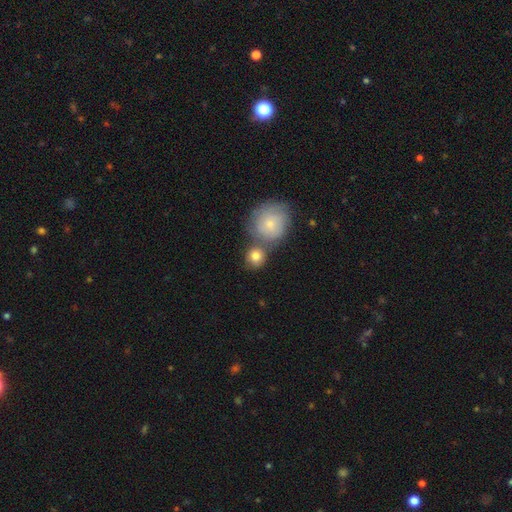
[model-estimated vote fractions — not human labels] Smooth or featured: smooth — 79% (featured or disk — 13%)
How rounded: round — 86% (in between — 13%)
Merging: none — 53% (merger — 32%)